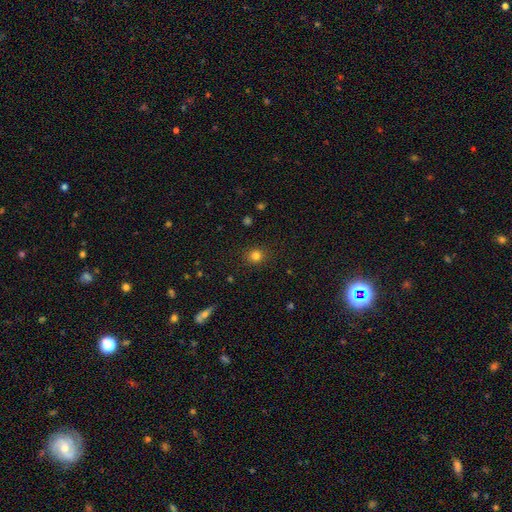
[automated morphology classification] This appears to be a smooth galaxy with no disk features (81%) that is round (88%). Merging: none (89%).